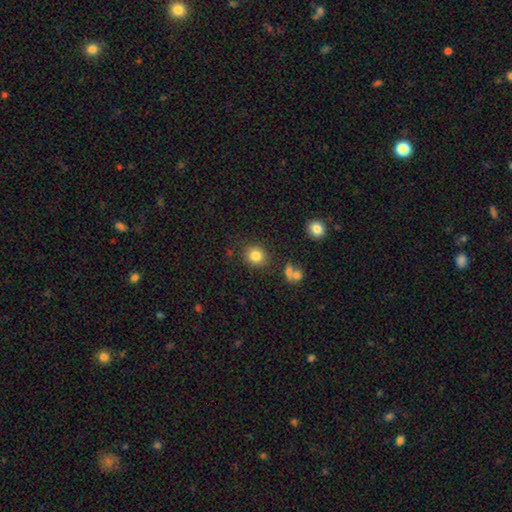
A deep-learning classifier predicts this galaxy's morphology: Overall: smooth (83%). How rounded: round (85%). Merging: none (84%).